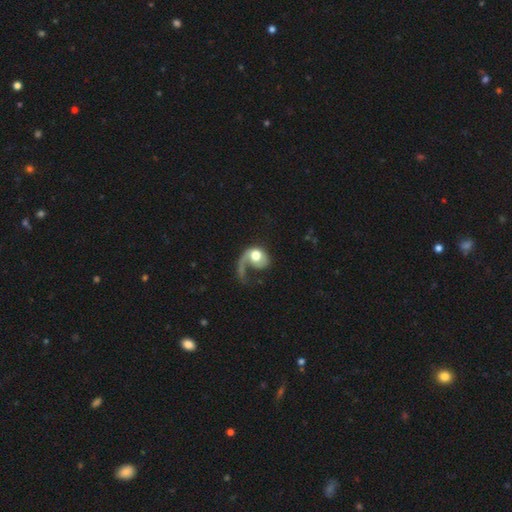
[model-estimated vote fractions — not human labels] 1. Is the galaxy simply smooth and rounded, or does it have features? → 60% featured or disk, 33% smooth, 7% star or artifact.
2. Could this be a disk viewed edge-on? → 97% no, 3% yes.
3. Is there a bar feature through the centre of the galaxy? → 80% no, 16% weak, 4% strong.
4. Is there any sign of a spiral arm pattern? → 82% yes, 18% no.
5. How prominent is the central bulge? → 47% moderate, 38% large, 7% dominant, 6% small, 2% none.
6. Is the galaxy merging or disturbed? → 58% major disturbance, 24% none, 13% minor disturbance, 5% merger.